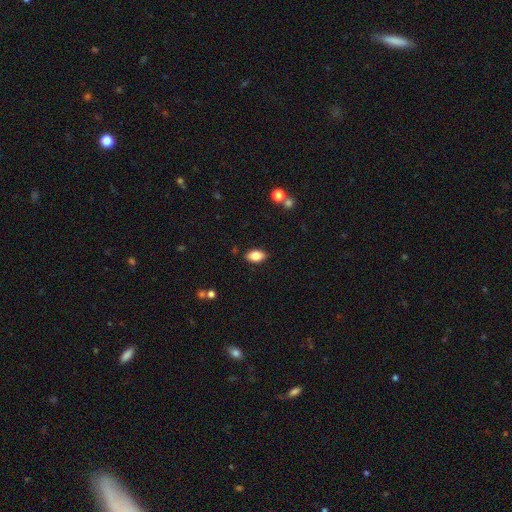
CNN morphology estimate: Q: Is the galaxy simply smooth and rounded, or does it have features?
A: smooth — 84%.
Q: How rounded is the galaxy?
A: in between — 91%.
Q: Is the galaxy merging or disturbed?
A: none — 87%.